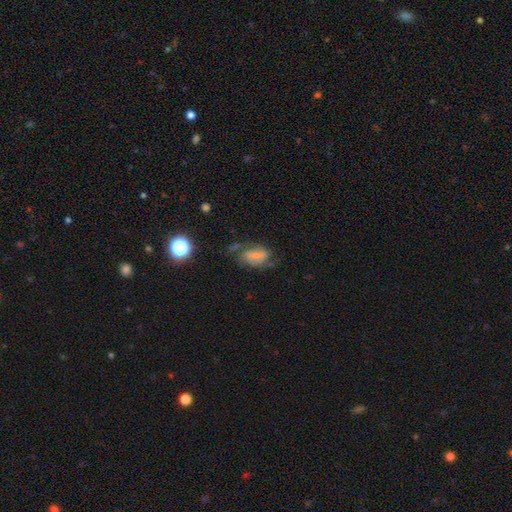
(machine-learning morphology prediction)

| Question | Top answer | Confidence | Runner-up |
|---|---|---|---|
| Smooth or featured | featured or disk | 61% | smooth (30%) |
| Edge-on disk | no | 96% | yes (4%) |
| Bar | weak | 46% | no (31%) |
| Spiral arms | yes | 82% | no (18%) |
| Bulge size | small | 55% | moderate (24%) |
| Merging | none | 44% | major disturbance (26%) |